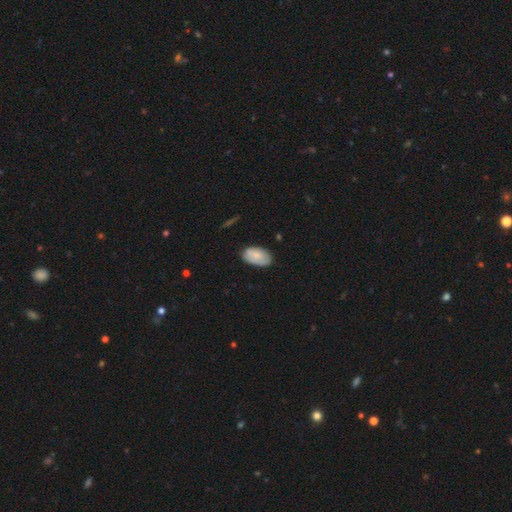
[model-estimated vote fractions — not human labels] This is likely a smooth galaxy (76%). How rounded: clearly in between (94%). Merging: likely none (74%).